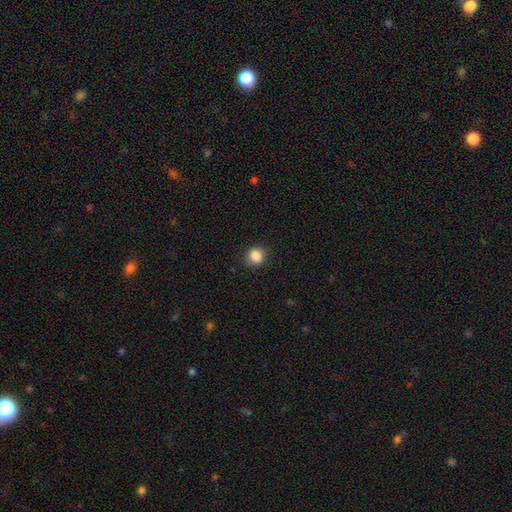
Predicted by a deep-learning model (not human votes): smooth_or_featured: smooth (p=0.86) [alt: star or artifact p=0.10]
how_rounded: round (p=0.76) [alt: in between p=0.23]
merging: none (p=0.84) [alt: minor disturbance p=0.12]